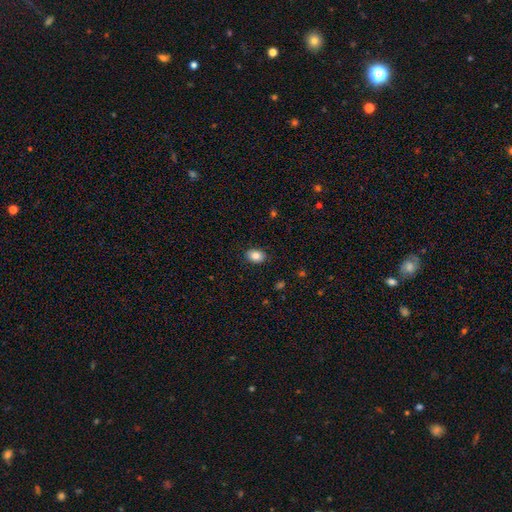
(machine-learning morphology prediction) smooth_or_featured: smooth (p=0.85) [alt: star or artifact p=0.08]
how_rounded: in between (p=0.78) [alt: round p=0.21]
merging: none (p=0.87) [alt: minor disturbance p=0.10]